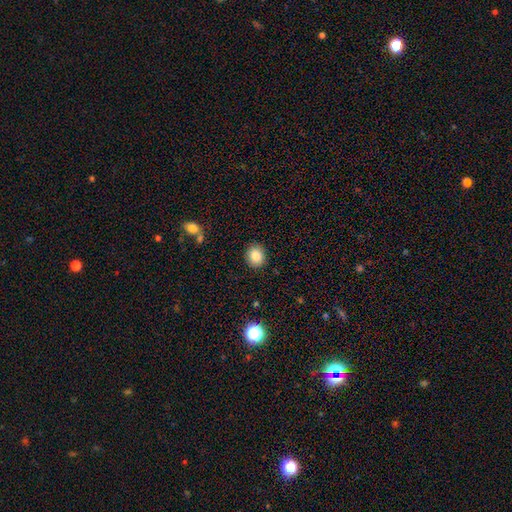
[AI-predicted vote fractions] Smooth or featured? smooth (85%)
How rounded? round (71%)
Merging? none (88%)